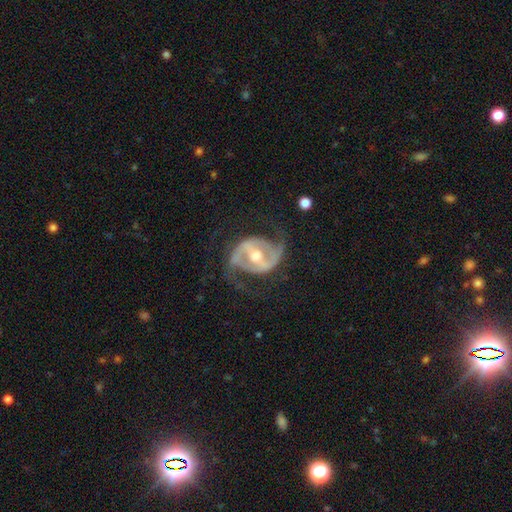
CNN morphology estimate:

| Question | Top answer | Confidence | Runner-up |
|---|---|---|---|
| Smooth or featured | featured or disk | 88% | smooth (8%) |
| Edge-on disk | no | 96% | yes (4%) |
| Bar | strong | 48% | weak (35%) |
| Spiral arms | yes | 90% | no (10%) |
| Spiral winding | medium | 48% | loose (30%) |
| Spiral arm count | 2 | 88% | can't tell (5%) |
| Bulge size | moderate | 73% | small (15%) |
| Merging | none | 65% | minor disturbance (17%) |